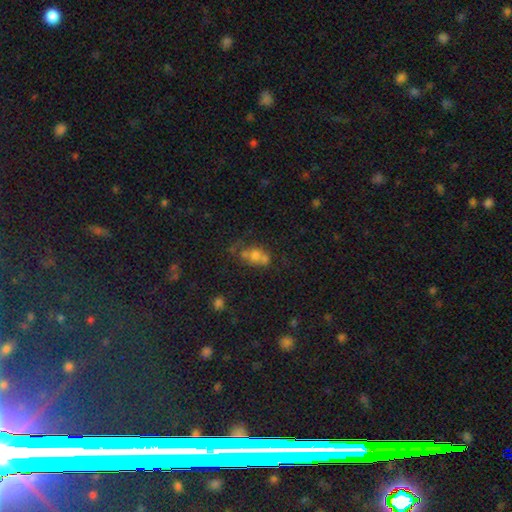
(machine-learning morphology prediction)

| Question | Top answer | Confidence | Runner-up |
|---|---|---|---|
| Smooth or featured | smooth | 58% | featured or disk (22%) |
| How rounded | round | 51% | in between (46%) |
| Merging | merger | 43% | none (34%) |